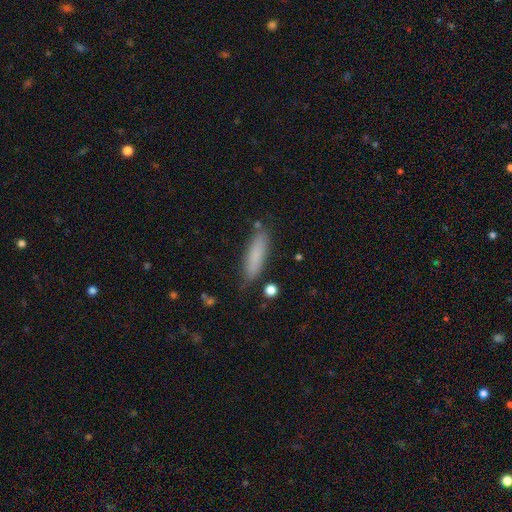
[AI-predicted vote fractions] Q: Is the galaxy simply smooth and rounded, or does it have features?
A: smooth — 82%.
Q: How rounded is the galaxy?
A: cigar-shaped — 68%.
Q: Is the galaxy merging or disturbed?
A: none — 80%.